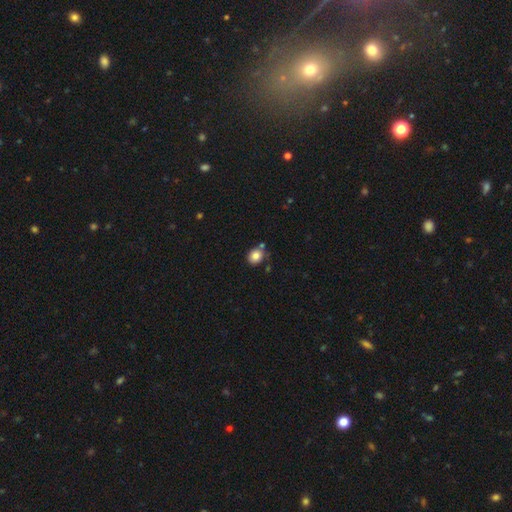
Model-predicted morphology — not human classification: A smooth galaxy with no disk features (83%) that is round (67%). Merging: none (70%).